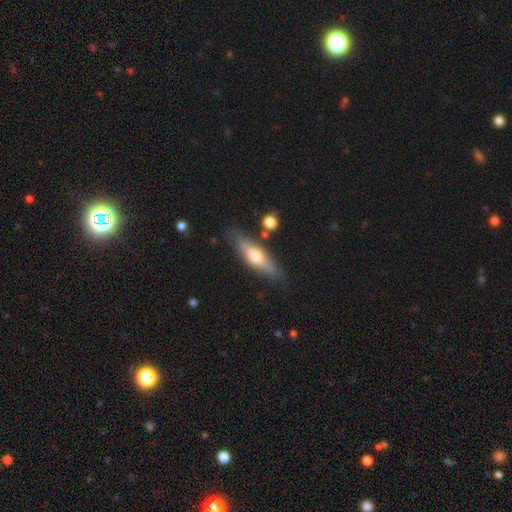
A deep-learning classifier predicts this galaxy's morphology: This appears to be a smooth galaxy with no disk features (49%). Merging: none (81%).